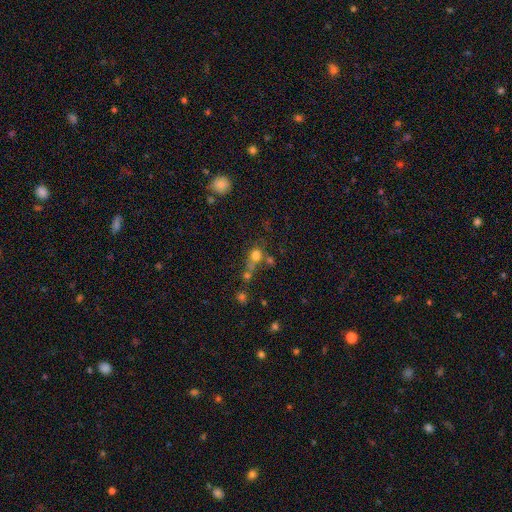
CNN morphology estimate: Smooth or featured?
  - smooth: 70% *
  - star or artifact: 18%
  - featured or disk: 13%
How rounded?
  - round: 71% *
  - in between: 27%
  - cigar-shaped: 2%
Merging?
  - none: 39% *
  - merger: 38%
  - minor disturbance: 12%
  - major disturbance: 10%